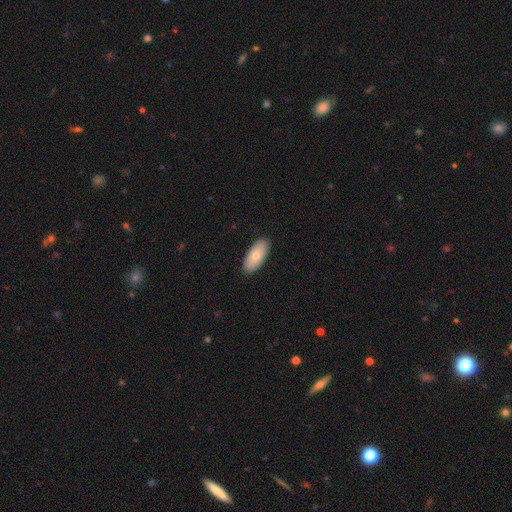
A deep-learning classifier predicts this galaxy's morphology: Smooth or featured: smooth — 74% (featured or disk — 20%)
How rounded: in between — 91% (cigar-shaped — 7%)
Merging: none — 90% (minor disturbance — 8%)